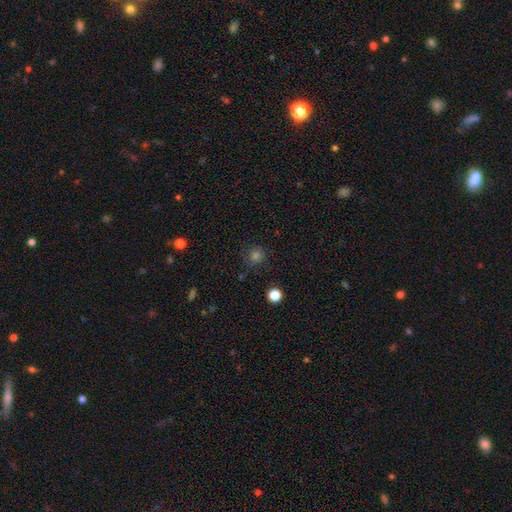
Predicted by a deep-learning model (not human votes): A smooth galaxy with no disk features (70%) that is round (91%).

Vote fractions:
- Smooth or featured? smooth: 70% / star or artifact: 24% / featured or disk: 6%
- How rounded? round: 91% / in between: 8% / cigar-shaped: 1%
- Merging? none: 84% / minor disturbance: 10% / major disturbance: 4% / merger: 2%